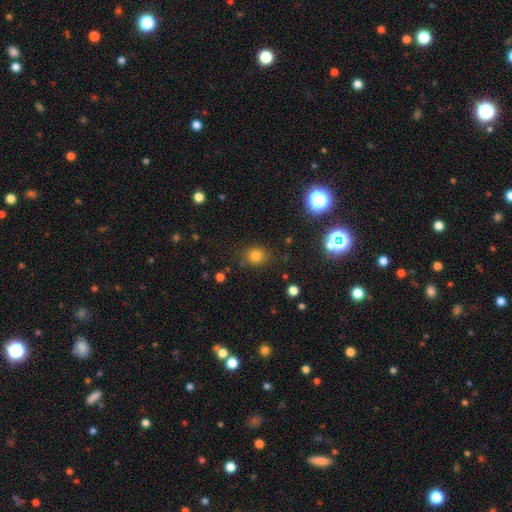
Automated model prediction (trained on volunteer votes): Overall: smooth (79%). How rounded: round (80%). Merging: none (83%).